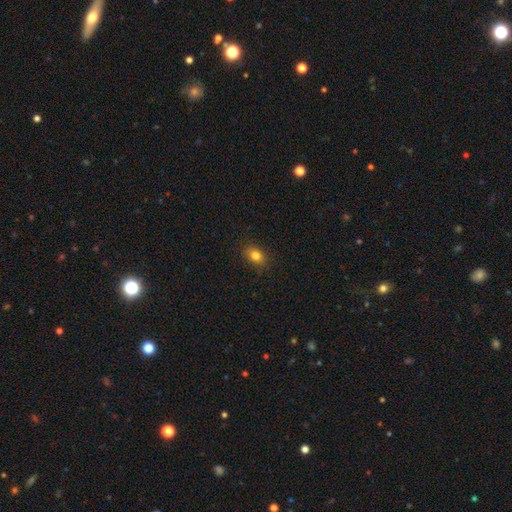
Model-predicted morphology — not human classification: The model was most divided on "how rounded": in between: 66%, round: 32%, cigar-shaped: 2%. More confident: merging — none (84%); smooth or featured — smooth (80%).